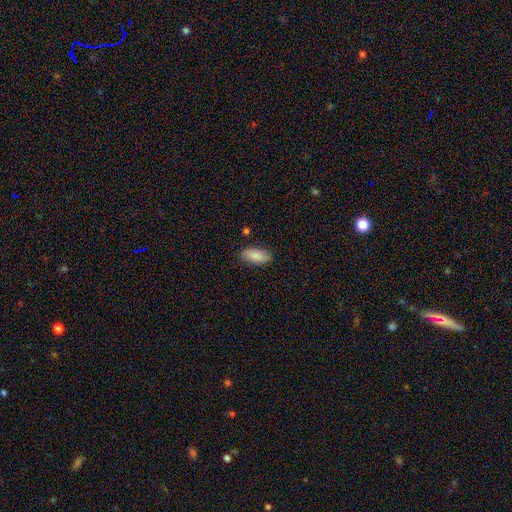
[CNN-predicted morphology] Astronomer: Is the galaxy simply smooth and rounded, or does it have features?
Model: smooth — 87%.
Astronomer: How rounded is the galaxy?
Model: in between — 87%.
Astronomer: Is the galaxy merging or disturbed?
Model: none — 84%.